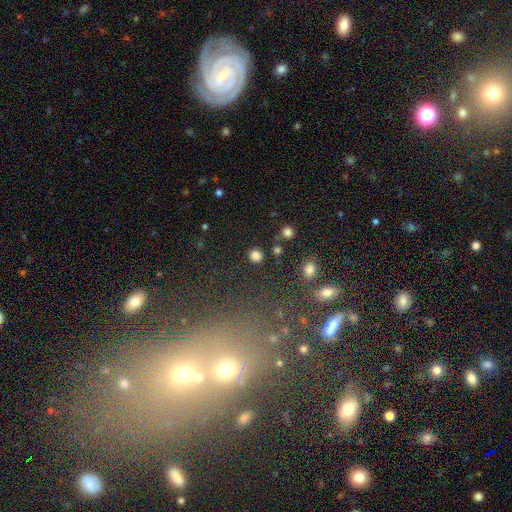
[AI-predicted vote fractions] The model was most divided on "smooth or featured": smooth: 82%, star or artifact: 14%, featured or disk: 4%. More confident: how rounded — round (92%); merging — none (89%).